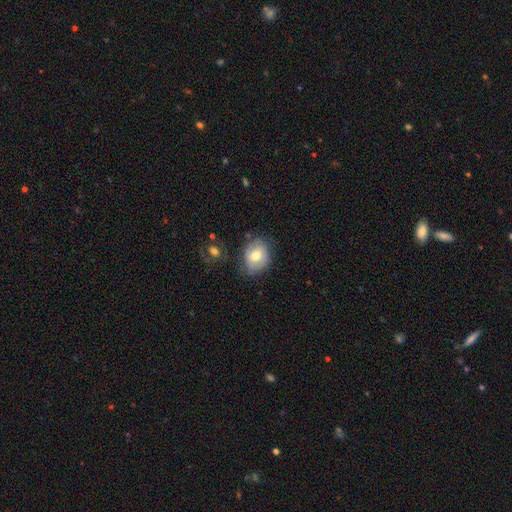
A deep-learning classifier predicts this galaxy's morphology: A smooth galaxy with no disk features (67%) that is in between round and cigar-shaped (55%). Merging: none (71%).